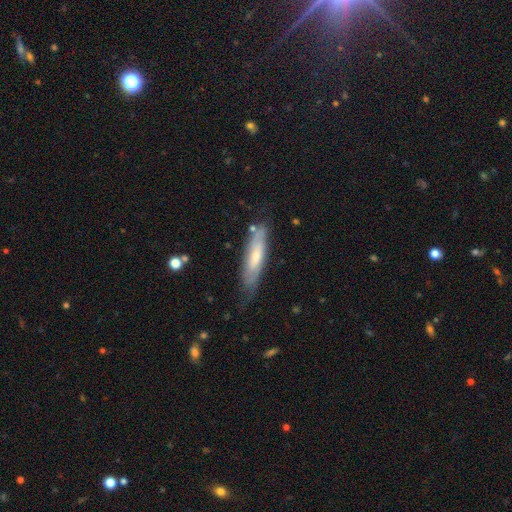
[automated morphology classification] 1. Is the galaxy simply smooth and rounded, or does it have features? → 47% featured or disk (tied), 47% smooth (tied), 6% star or artifact.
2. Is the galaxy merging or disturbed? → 62% none, 27% minor disturbance, 8% major disturbance, 3% merger.